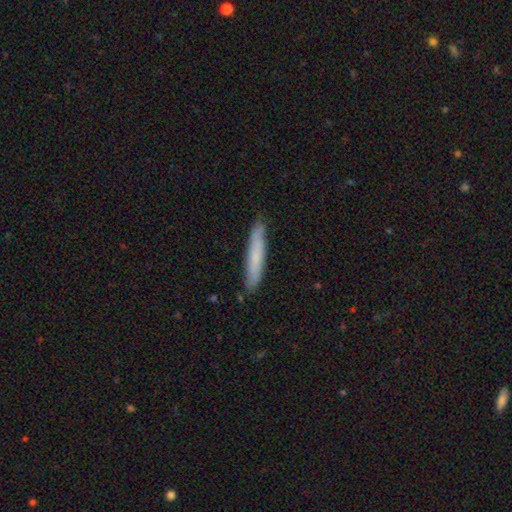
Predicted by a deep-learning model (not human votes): The model was most divided on "smooth or featured": smooth: 69%, featured or disk: 25%, star or artifact: 6%. More confident: how rounded — cigar-shaped (94%); merging — none (87%).